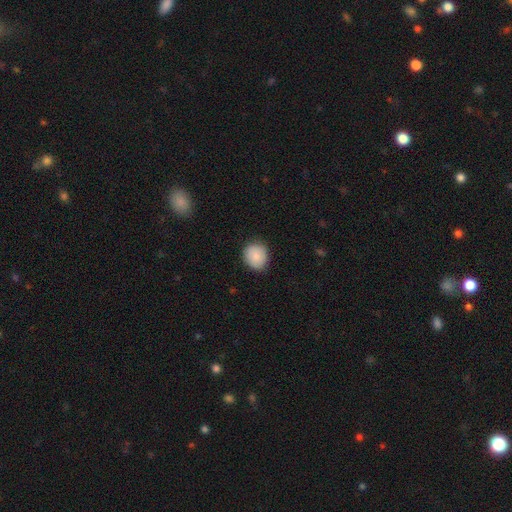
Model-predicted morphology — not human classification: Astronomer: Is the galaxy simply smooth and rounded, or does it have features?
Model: smooth — 85%.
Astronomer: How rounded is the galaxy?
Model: round — 75%.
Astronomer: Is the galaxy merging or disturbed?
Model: none — 83%.